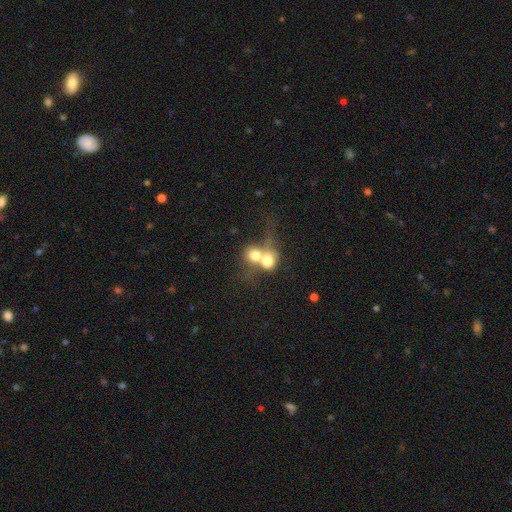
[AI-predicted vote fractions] A smooth galaxy with no disk features (69%) that is round (64%). Merging: merger (75%).